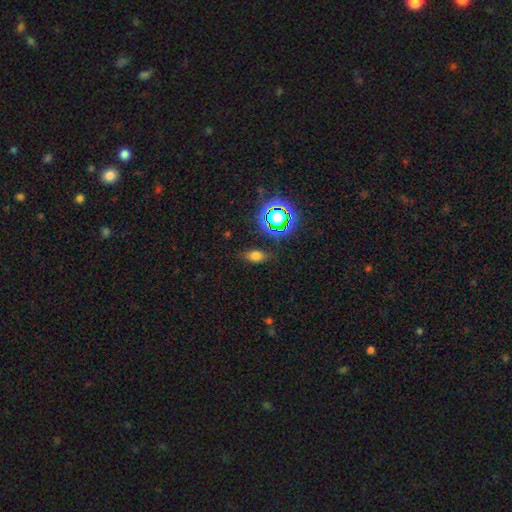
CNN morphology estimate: Smooth or featured? smooth (67%)
How rounded? in between (83%)
Merging? none (81%)